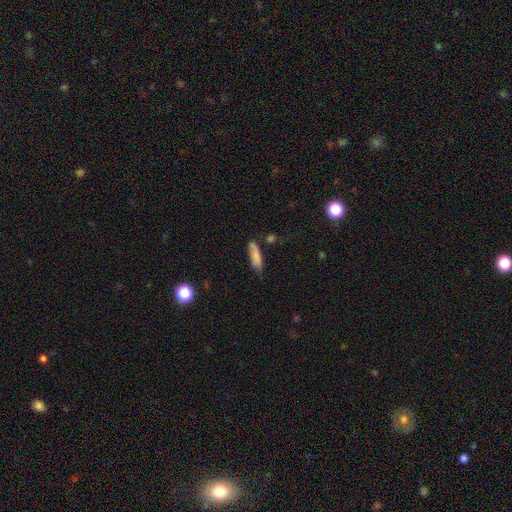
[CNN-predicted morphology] smooth 82%, featured or disk 11%, star or artifact 8%. Down the decision tree: how rounded — cigar-shaped (58%); merging — none (65%).